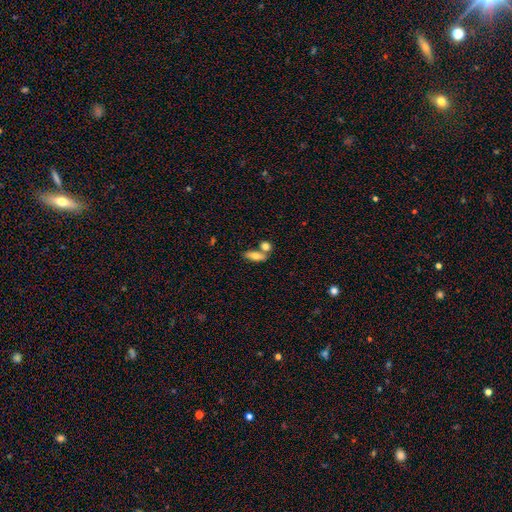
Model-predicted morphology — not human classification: smooth_or_featured: smooth (p=0.70) [alt: featured or disk p=0.23]
how_rounded: in between (p=0.68) [alt: cigar-shaped p=0.26]
merging: none (p=0.55) [alt: merger p=0.31]